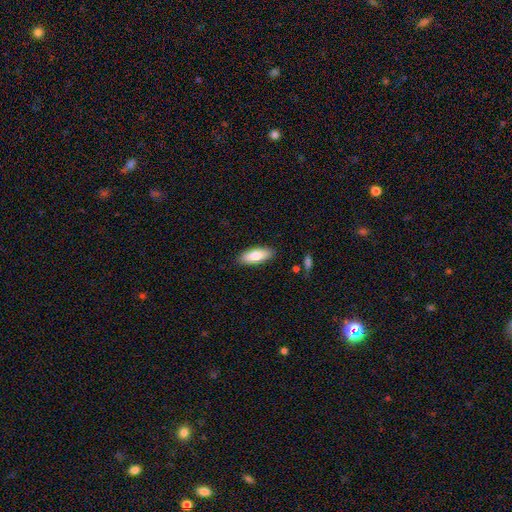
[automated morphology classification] A smooth galaxy with no disk features (82%) that is in between round and cigar-shaped (72%). Merging: none (87%).